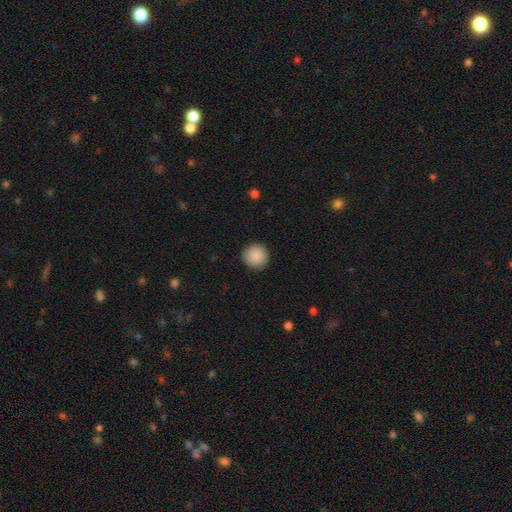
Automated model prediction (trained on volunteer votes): Smooth or featured? smooth (90%)
How rounded? round (95%)
Merging? none (91%)